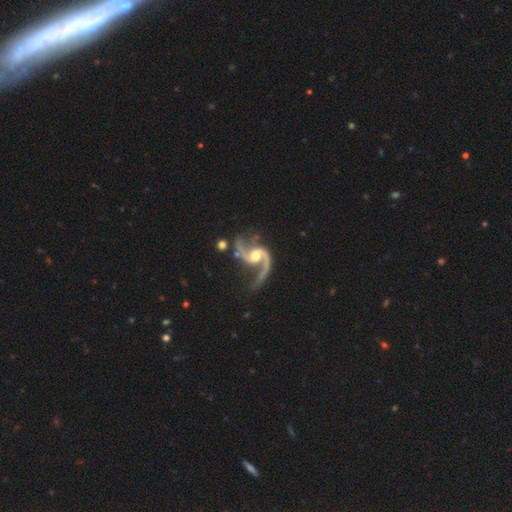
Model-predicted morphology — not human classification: Smooth or featured? Predicted: featured or disk (p=0.93). Edge-on disk? Predicted: no (p=0.98). Bar? Predicted: no (p=0.45). Spiral arms? Predicted: yes (p=0.98). Spiral winding? Predicted: loose (p=0.56). Spiral arm count? Predicted: 2 (p=0.93). Bulge size? Predicted: moderate (p=0.66). Merging? Predicted: none (p=0.62).